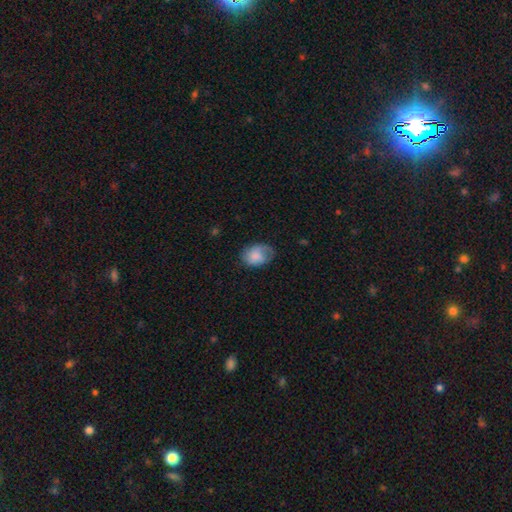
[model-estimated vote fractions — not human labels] Overall: smooth (75%). How rounded: in between (73%). Merging: none (57%; minor disturbance 30%).